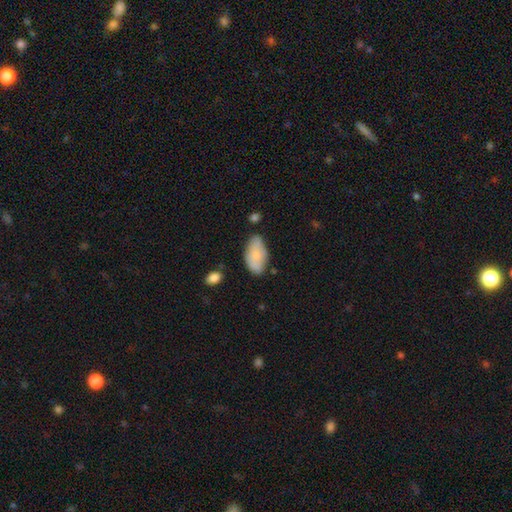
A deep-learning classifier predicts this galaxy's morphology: Q: Smooth or featured?
A: smooth (79%); runner-up: featured or disk (15%)
Q: How rounded?
A: in between (94%); runner-up: cigar-shaped (3%)
Q: Merging?
A: none (65%); runner-up: minor disturbance (26%)